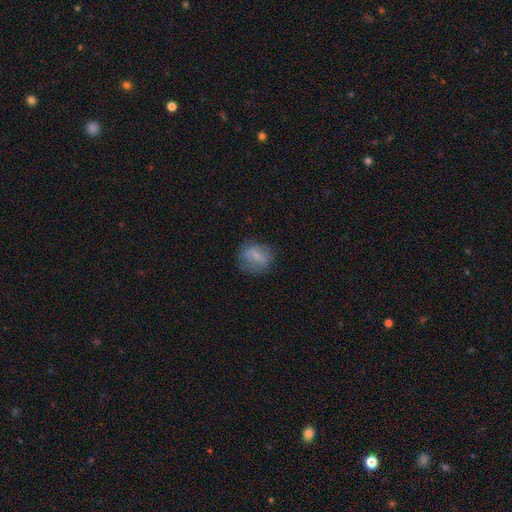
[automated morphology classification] A smooth galaxy with no disk features (63%) that is round (59%). Merging: none (72%).